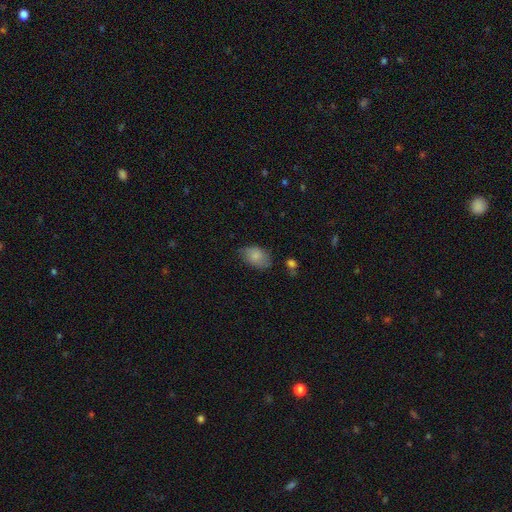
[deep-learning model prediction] Smooth or featured? smooth (81%)
How rounded? in between (86%)
Merging? none (63%)